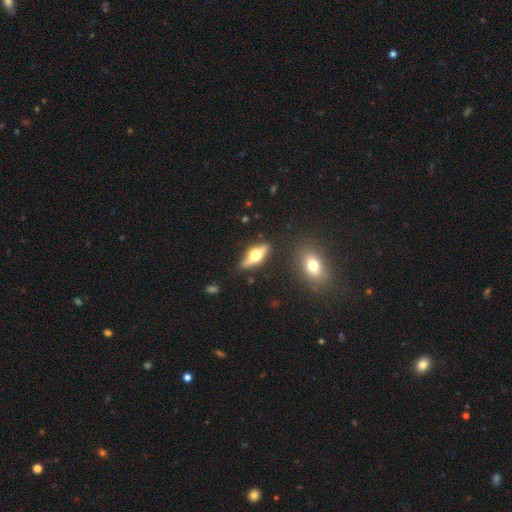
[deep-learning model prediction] The model was most divided on "smooth or featured": featured or disk: 65%, smooth: 29%, star or artifact: 6%. More confident: edge-on bulge — rounded (95%); edge-on disk — yes (94%); merging — none (84%).